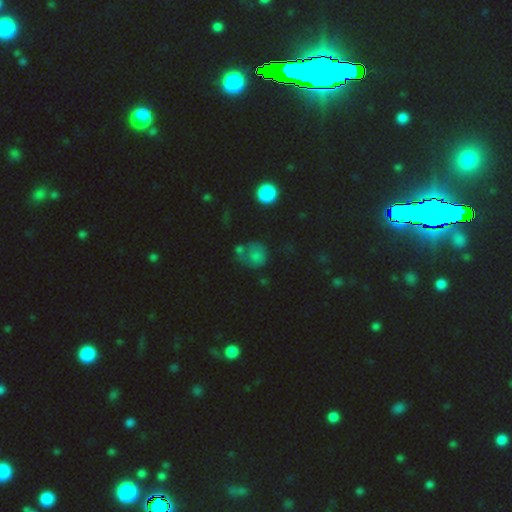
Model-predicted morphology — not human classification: This is possibly a smooth galaxy (58%). How rounded: likely round (79%). Merging: marginally none (40%).